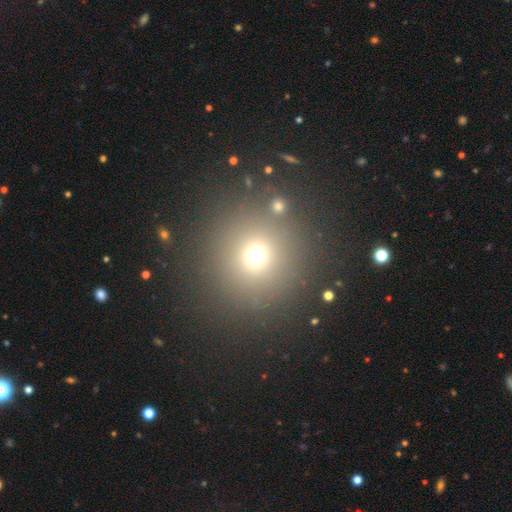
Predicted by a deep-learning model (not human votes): smooth-or-featured: smooth: 68% | star or artifact: 24% | featured or disk: 8%
  how-rounded: round: 93% | in between: 6% | cigar-shaped: 1%
  merging: none: 80% | minor disturbance: 8% | merger: 8% | major disturbance: 5%